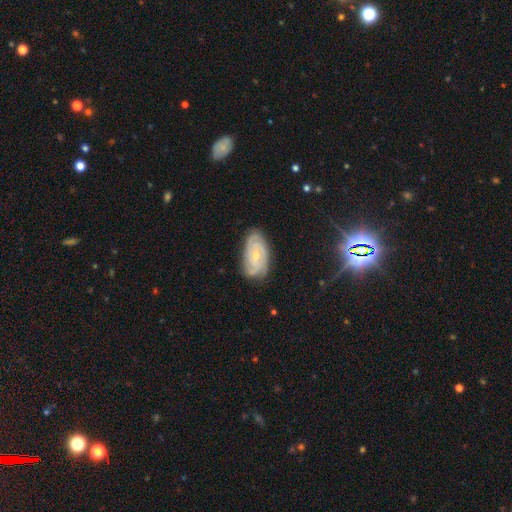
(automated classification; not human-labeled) featured or disk 78%, smooth 14%, star or artifact 8%. Down the decision tree: edge-on disk — no (96%); bar — no (63%); spiral arms — yes (95%); spiral arm count — can't tell (28%); spiral winding — tight (68%); bulge size — small (72%); merging — none (76%).